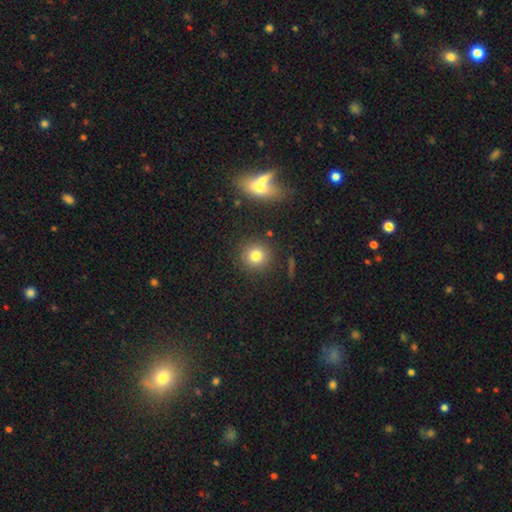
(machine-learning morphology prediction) Q: Smooth or featured?
A: smooth (80%); runner-up: star or artifact (12%)
Q: How rounded?
A: round (91%); runner-up: in between (8%)
Q: Merging?
A: none (86%); runner-up: minor disturbance (8%)